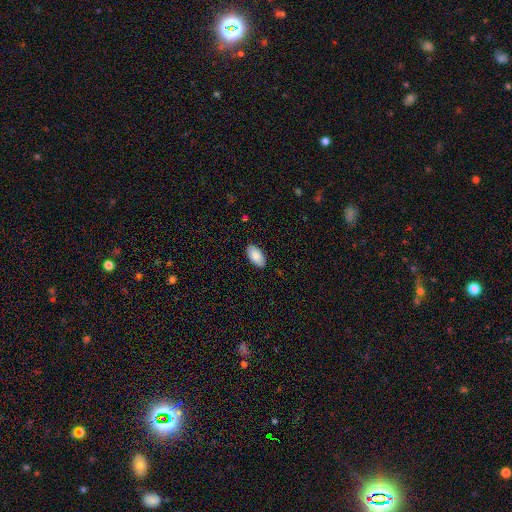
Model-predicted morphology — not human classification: This is clearly a smooth galaxy (86%). How rounded: clearly in between (95%). Merging: clearly none (88%).